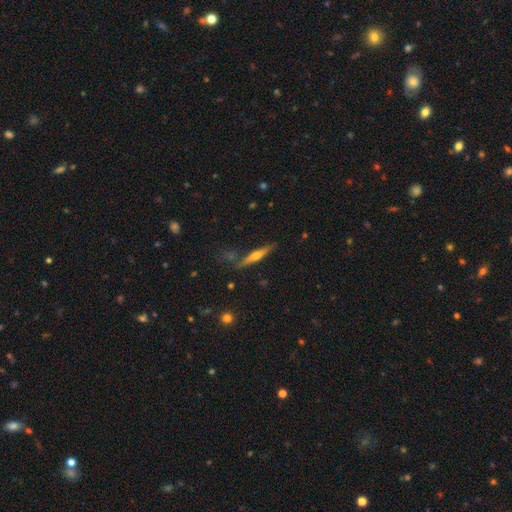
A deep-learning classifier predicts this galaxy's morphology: Smooth or featured?
  - featured or disk: 63% *
  - smooth: 30%
  - star or artifact: 7%
Edge-on disk?
  - yes: 97% *
  - no: 3%
Edge-on bulge?
  - rounded: 88% *
  - none: 7%
  - boxy: 5%
Merging?
  - none: 82% *
  - minor disturbance: 11%
  - merger: 4%
  - major disturbance: 3%